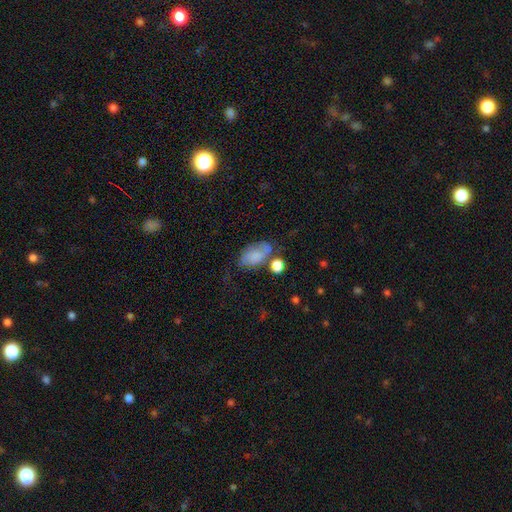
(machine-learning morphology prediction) Smooth or featured?
  - smooth: 66% *
  - featured or disk: 25%
  - star or artifact: 10%
How rounded?
  - in between: 90% *
  - round: 8%
  - cigar-shaped: 2%
Merging?
  - none: 44% *
  - minor disturbance: 27%
  - merger: 15%
  - major disturbance: 14%